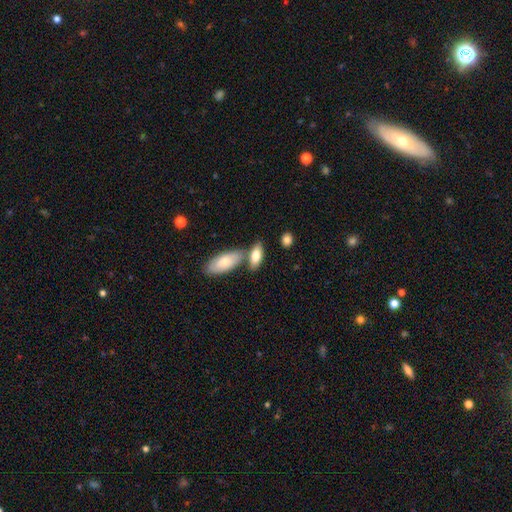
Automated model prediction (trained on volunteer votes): Overall: smooth (76%). How rounded: in between (81%). Merging: none (55%; merger 30%).